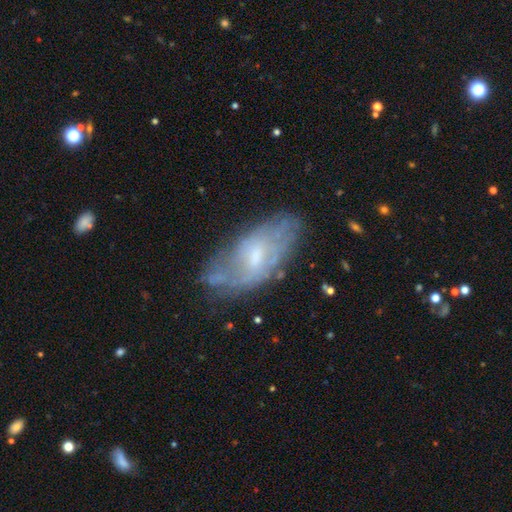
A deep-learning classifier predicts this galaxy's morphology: Q: Smooth or featured?
A: featured or disk (62%); runner-up: smooth (30%)
Q: Edge-on disk?
A: no (88%); runner-up: yes (12%)
Q: Bar?
A: no (53%); runner-up: weak (41%)
Q: Spiral arms?
A: yes (57%); runner-up: no (43%)
Q: Bulge size?
A: small (45%); tied with: moderate (45%)
Q: Merging?
A: none (61%); runner-up: minor disturbance (26%)